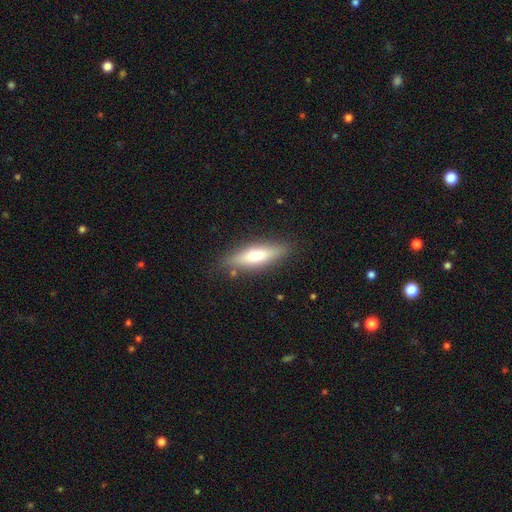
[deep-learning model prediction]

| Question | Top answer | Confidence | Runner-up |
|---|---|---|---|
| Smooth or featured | smooth | 62% | featured or disk (31%) |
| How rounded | cigar-shaped | 63% | in between (35%) |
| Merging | none | 85% | minor disturbance (11%) |